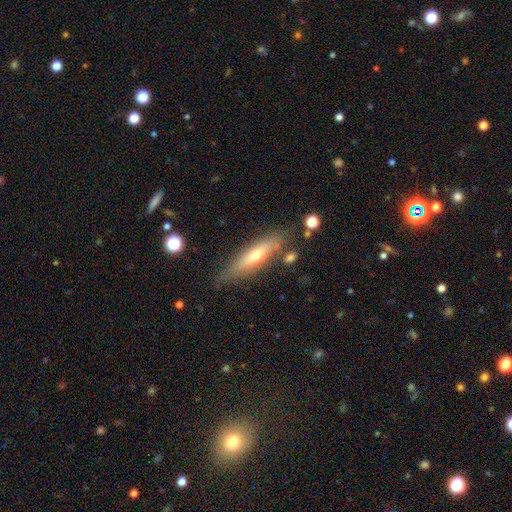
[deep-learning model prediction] A featured or disk galaxy (49%). Merging: none (78%).